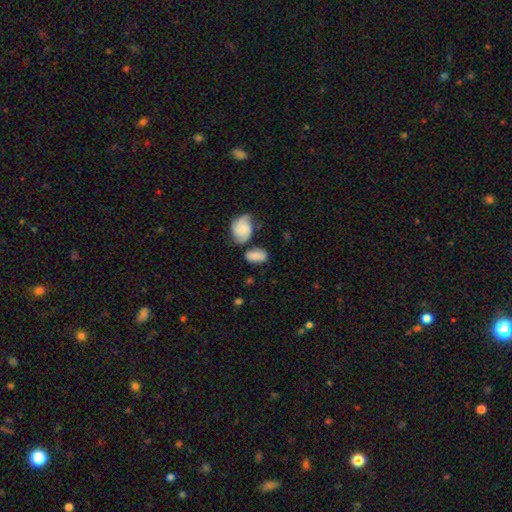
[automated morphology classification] Q: Smooth or featured?
A: smooth (72%); runner-up: featured or disk (21%)
Q: How rounded?
A: in between (90%); runner-up: round (7%)
Q: Merging?
A: none (49%); runner-up: merger (22%)